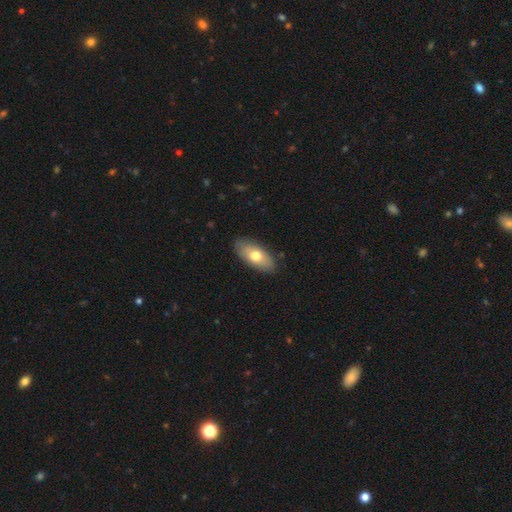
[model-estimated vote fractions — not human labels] Smooth or featured? smooth (69%)
How rounded? in between (89%)
Merging? none (86%)